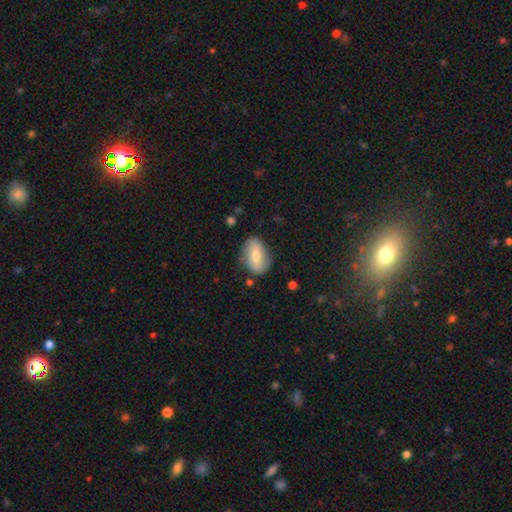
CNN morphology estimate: The model was most divided on "smooth or featured": smooth: 56%, featured or disk: 38%, star or artifact: 6%. More confident: how rounded — in between (85%); merging — none (77%).